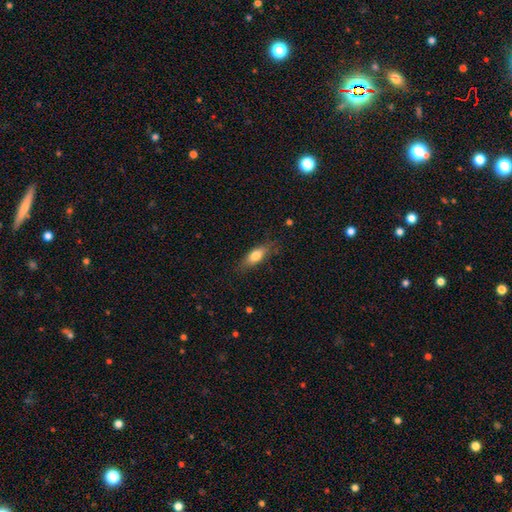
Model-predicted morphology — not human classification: smooth 75%, featured or disk 18%, star or artifact 7%. Down the decision tree: how rounded — in between (67%); merging — none (76%).